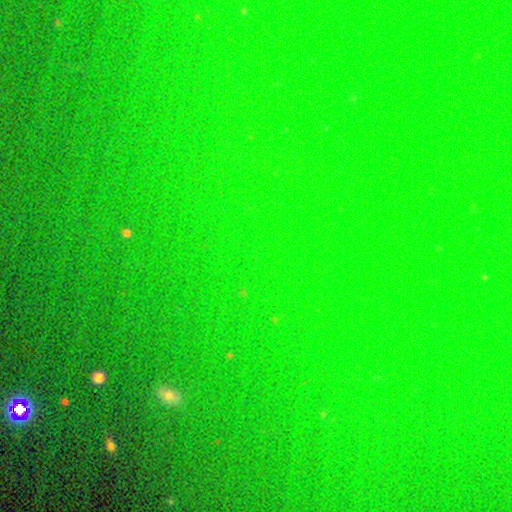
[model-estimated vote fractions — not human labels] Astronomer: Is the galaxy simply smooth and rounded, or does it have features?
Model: star or artifact — 76%.